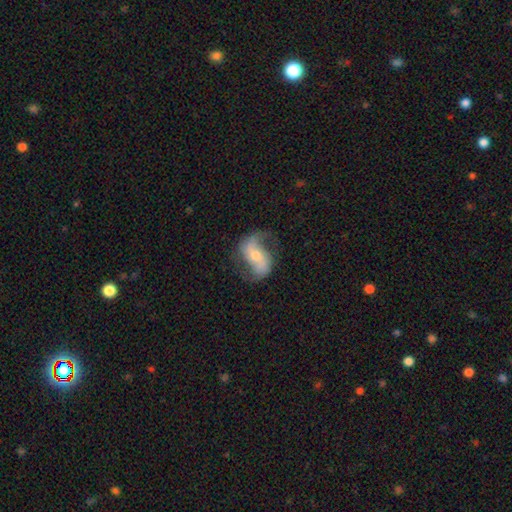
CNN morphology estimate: Overall: featured or disk (78%). Edge-on disk: no (96%). Bar: no (38%; weak 36%). Spiral arms: yes (92%). Spiral arm count: 2 (88%). Spiral winding: loose (58%; medium 33%). Bulge size: moderate (55%; small 39%). Merging: none (68%).